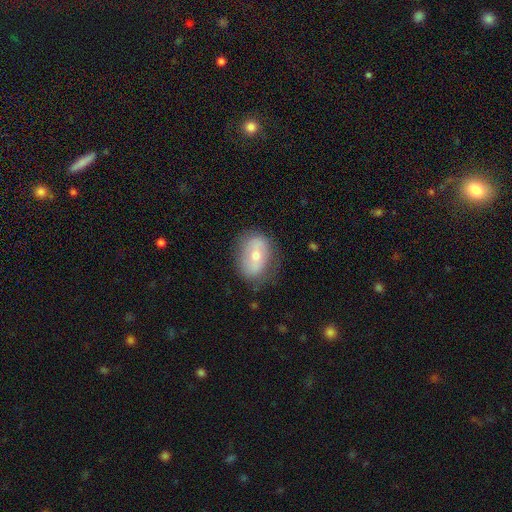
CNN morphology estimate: Smooth or featured? Predicted: smooth (p=0.49). Merging? Predicted: none (p=0.72).